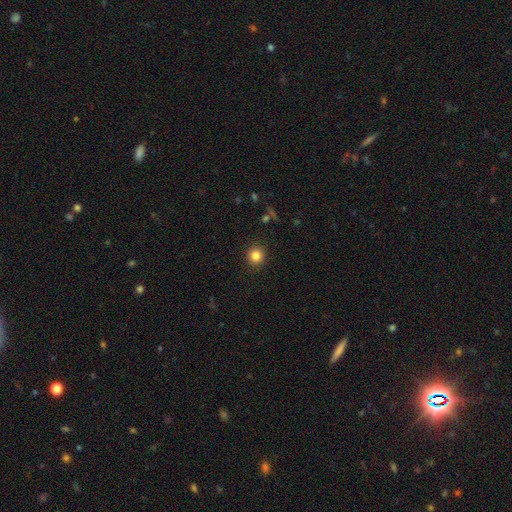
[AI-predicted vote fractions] A smooth galaxy with no disk features (83%) that is round (93%).

Vote fractions:
- Smooth or featured? smooth: 83% / star or artifact: 12% / featured or disk: 5%
- How rounded? round: 93% / in between: 6% / cigar-shaped: 1%
- Merging? none: 92% / minor disturbance: 5% / major disturbance: 2% / merger: 1%